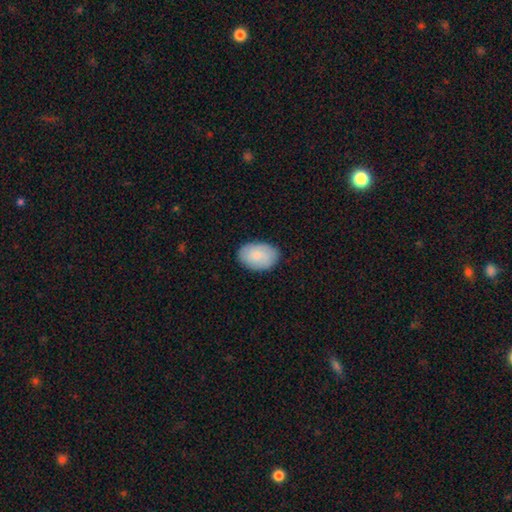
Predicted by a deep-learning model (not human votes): This is clearly a smooth galaxy (82%). How rounded: clearly in between (87%). Merging: clearly none (85%).